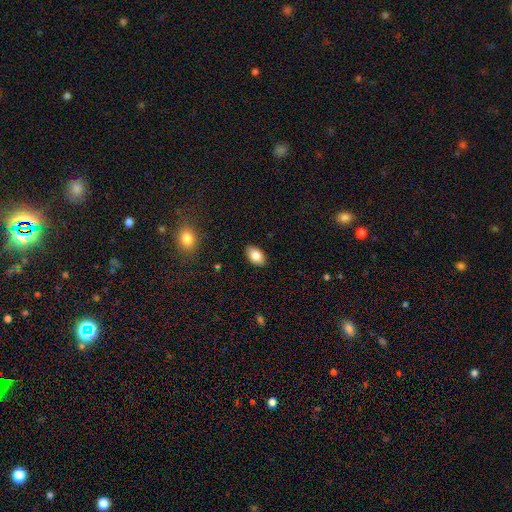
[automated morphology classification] Smooth or featured? smooth (85%)
How rounded? in between (90%)
Merging? none (88%)